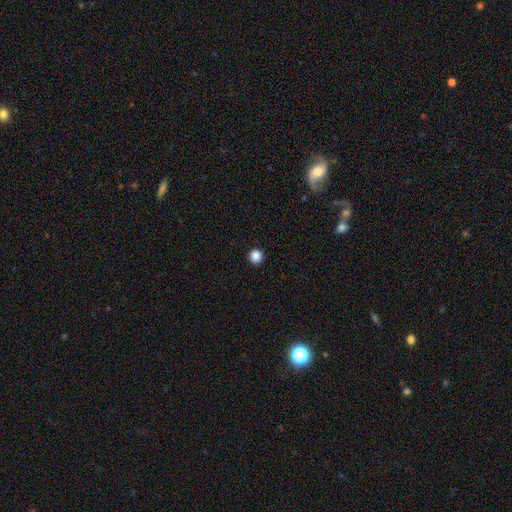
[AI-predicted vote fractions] Q: Smooth or featured?
A: smooth (87%); runner-up: star or artifact (10%)
Q: How rounded?
A: round (94%); runner-up: in between (5%)
Q: Merging?
A: none (93%); runner-up: minor disturbance (4%)